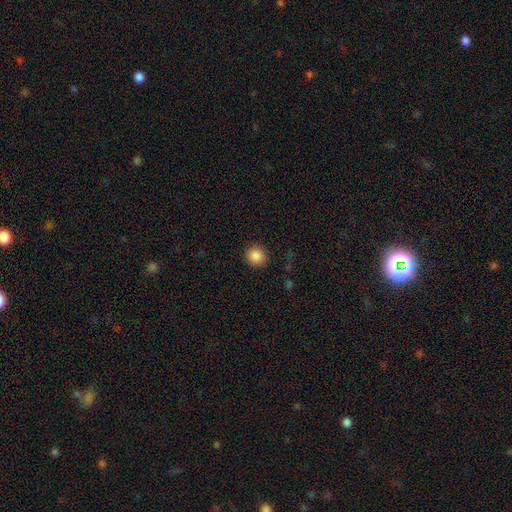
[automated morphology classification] Overall: smooth (87%). How rounded: round (93%). Merging: none (90%).